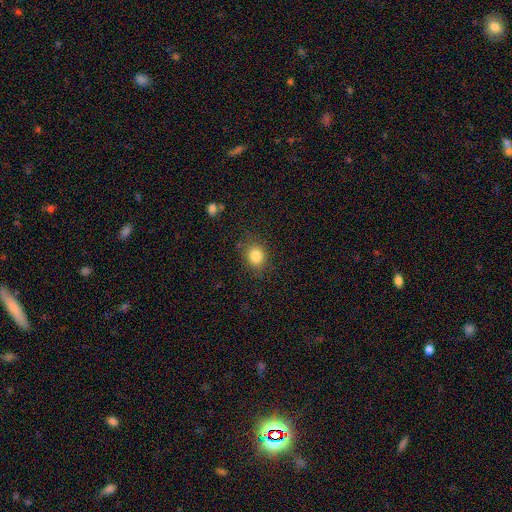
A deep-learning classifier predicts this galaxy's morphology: Q: Smooth or featured?
A: smooth (83%); runner-up: star or artifact (11%)
Q: How rounded?
A: round (60%); runner-up: in between (39%)
Q: Merging?
A: none (83%); runner-up: minor disturbance (12%)